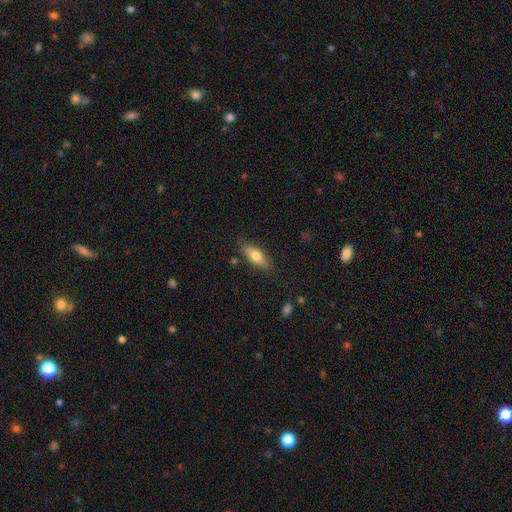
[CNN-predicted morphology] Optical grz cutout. It shows a smooth galaxy with no disk features (71%) that is in between round and cigar-shaped (73%). Merging: none (81%).